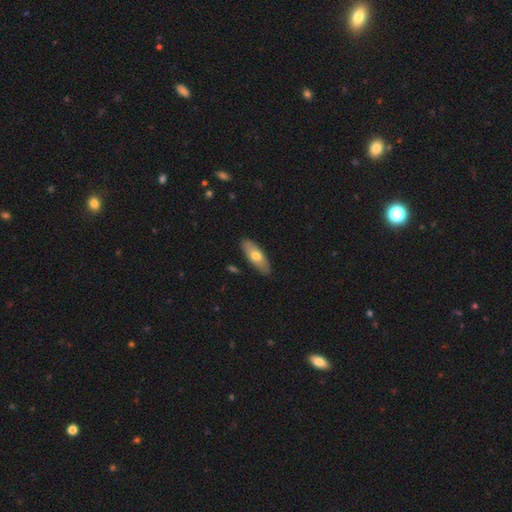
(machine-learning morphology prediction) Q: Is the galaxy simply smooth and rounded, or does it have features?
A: smooth — 63%.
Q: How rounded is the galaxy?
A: in between — 71%.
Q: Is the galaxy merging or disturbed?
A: none — 86%.